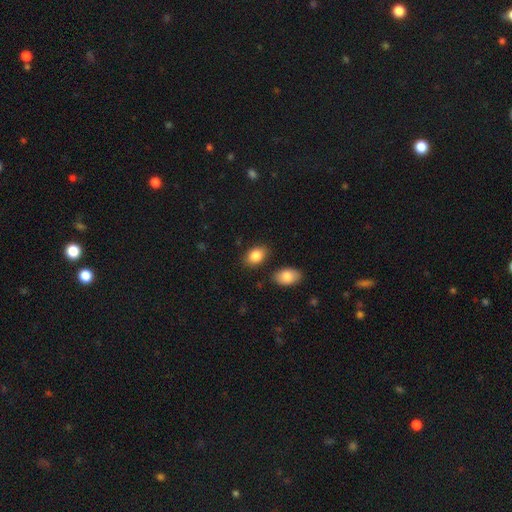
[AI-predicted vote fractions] This is clearly a smooth galaxy (85%). How rounded: clearly in between (83%). Merging: clearly none (81%).